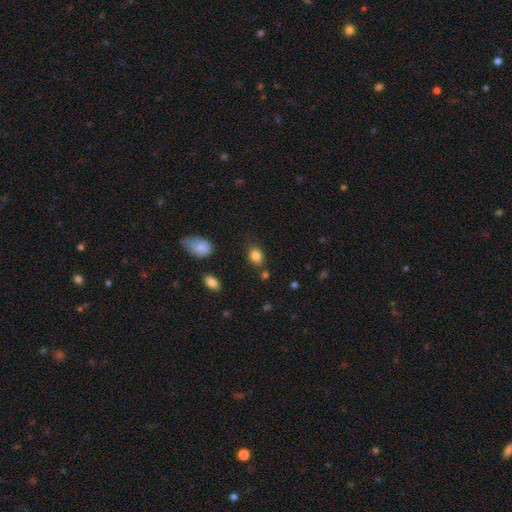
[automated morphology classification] Smooth or featured? smooth (84%)
How rounded? in between (67%)
Merging? none (74%)